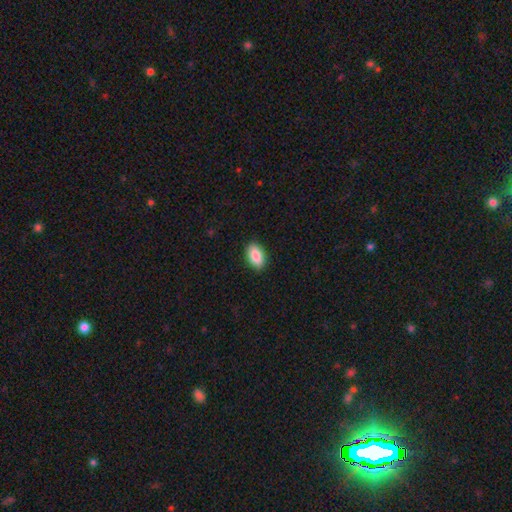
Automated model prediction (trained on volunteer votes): This appears to be a smooth galaxy with no disk features (88%) that is in between round and cigar-shaped (93%). Merging: none (89%).